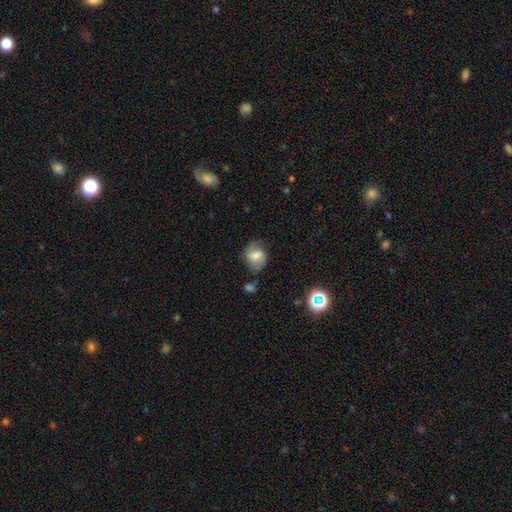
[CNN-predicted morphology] The model was most divided on "how rounded": round: 54%, in between: 45%, cigar-shaped: 1%. More confident: merging — none (65%); smooth or featured — smooth (57%).